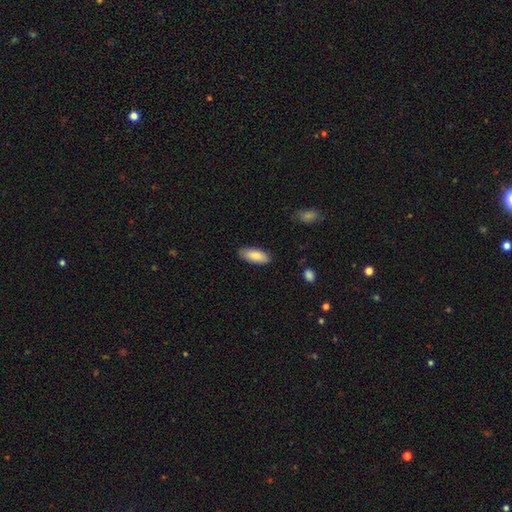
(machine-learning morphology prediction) type=smooth (86%); roundness=in between (84%); merging=none (85%).